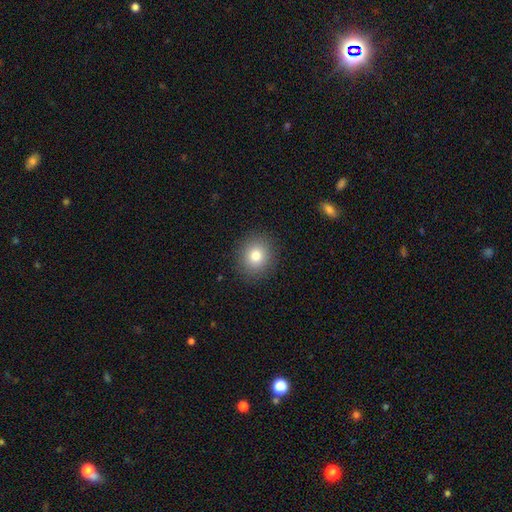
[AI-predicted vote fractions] The model was most divided on "how rounded": round: 80%, in between: 19%, cigar-shaped: 1%. More confident: merging — none (90%); smooth or featured — smooth (80%).